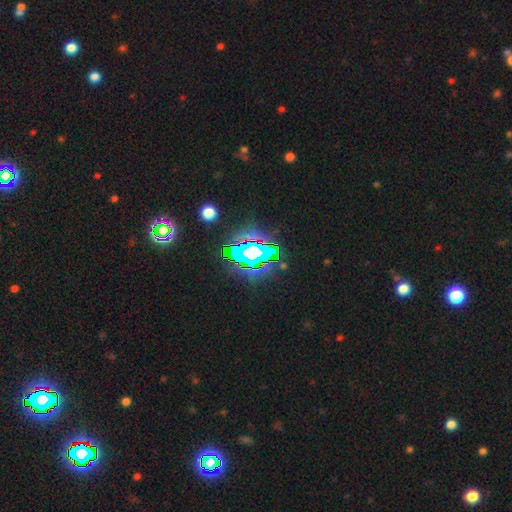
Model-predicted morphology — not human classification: Overall: star or artifact (82%).